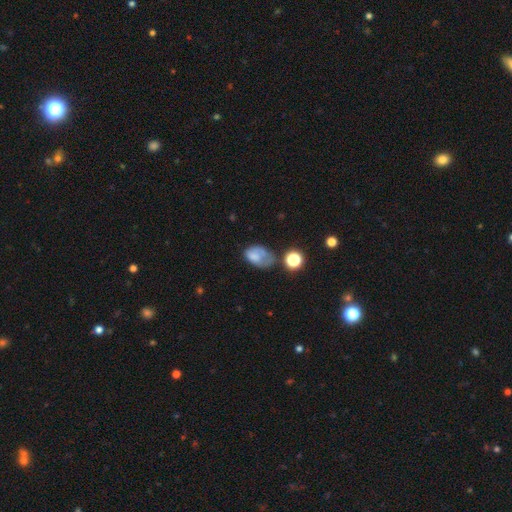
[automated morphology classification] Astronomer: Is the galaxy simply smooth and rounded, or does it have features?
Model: smooth — 65%.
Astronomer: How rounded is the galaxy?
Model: in between — 81%.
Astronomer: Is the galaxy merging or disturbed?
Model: minor disturbance — 30% (runner-up: none, 29%).